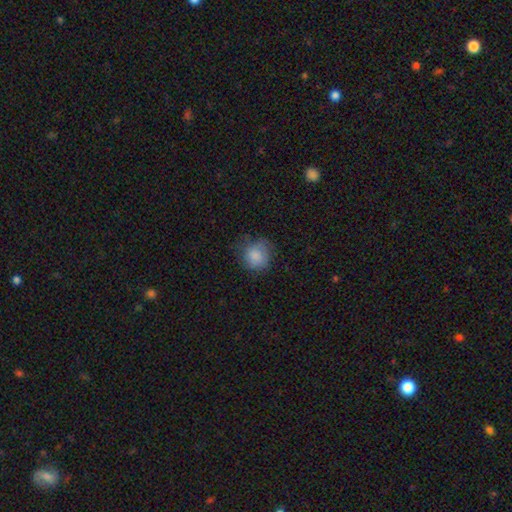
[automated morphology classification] A smooth galaxy with no disk features (83%) that is round (86%). Merging: none (65%).